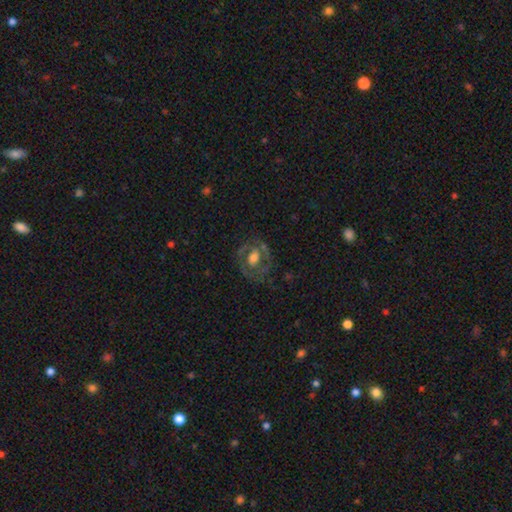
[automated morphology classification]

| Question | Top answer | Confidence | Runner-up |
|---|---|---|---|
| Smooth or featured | featured or disk | 69% | smooth (21%) |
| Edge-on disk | no | 96% | yes (4%) |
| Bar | no | 56% | weak (32%) |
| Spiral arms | yes | 61% | no (39%) |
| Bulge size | moderate | 53% | large (31%) |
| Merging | none | 73% | minor disturbance (16%) |